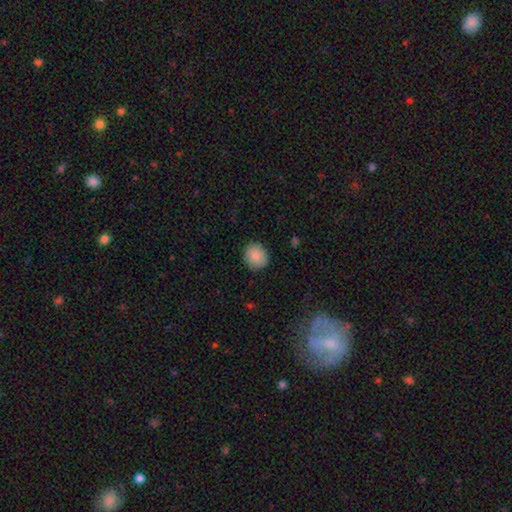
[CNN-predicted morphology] smooth 88%, star or artifact 7%, featured or disk 4%. Down the decision tree: how rounded — round (84%); merging — none (88%).